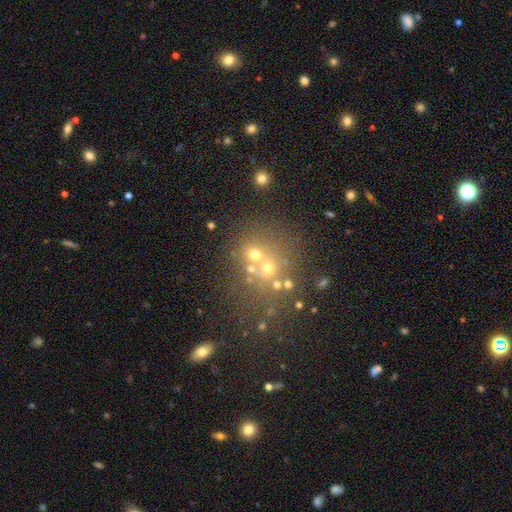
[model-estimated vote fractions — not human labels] Smooth or featured: smooth — 44% (star or artifact — 33%)
Merging: none — 48% (merger — 36%)